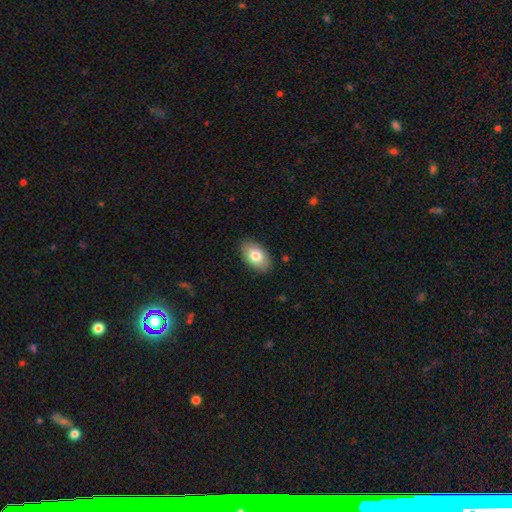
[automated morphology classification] smooth-or-featured: smooth: 80% | featured or disk: 13% | star or artifact: 7%
  how-rounded: in between: 92% | round: 6% | cigar-shaped: 1%
  merging: none: 88% | minor disturbance: 9% | major disturbance: 2% | merger: 1%